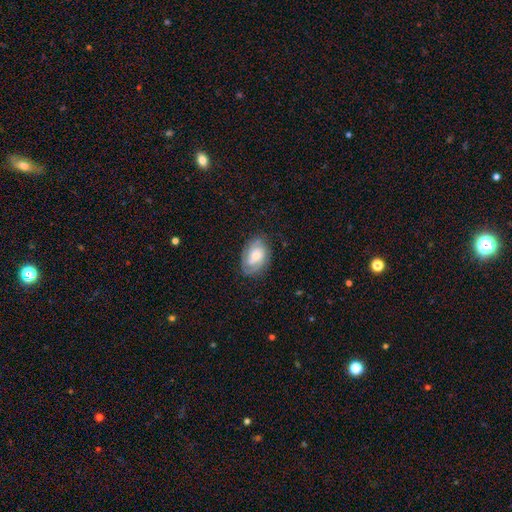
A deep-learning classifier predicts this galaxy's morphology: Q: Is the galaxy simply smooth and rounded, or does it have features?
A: featured or disk — 66%.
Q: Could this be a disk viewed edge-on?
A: no — 96%.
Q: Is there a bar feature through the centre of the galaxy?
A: no — 65%.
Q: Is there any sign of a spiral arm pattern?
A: yes — 89%.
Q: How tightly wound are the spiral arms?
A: tight — 57%.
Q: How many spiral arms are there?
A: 2 — 43%.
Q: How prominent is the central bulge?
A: moderate — 42%.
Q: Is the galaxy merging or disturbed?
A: none — 71%.